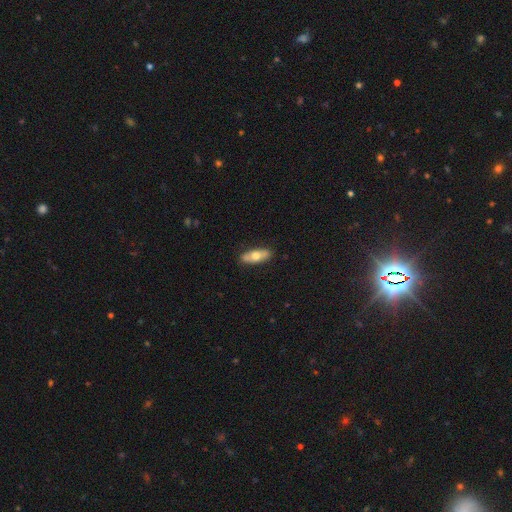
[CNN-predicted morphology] Smooth or featured: smooth — 60% (featured or disk — 35%)
How rounded: in between — 68% (cigar-shaped — 29%)
Merging: none — 86% (minor disturbance — 10%)